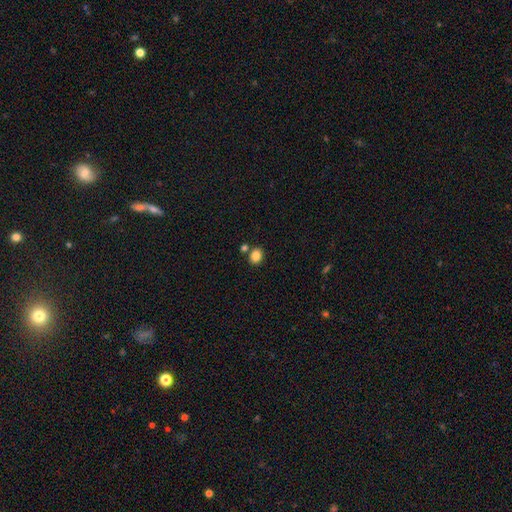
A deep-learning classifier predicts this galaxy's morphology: Smooth or featured? smooth (85%)
How rounded? round (52%)
Merging? none (74%)